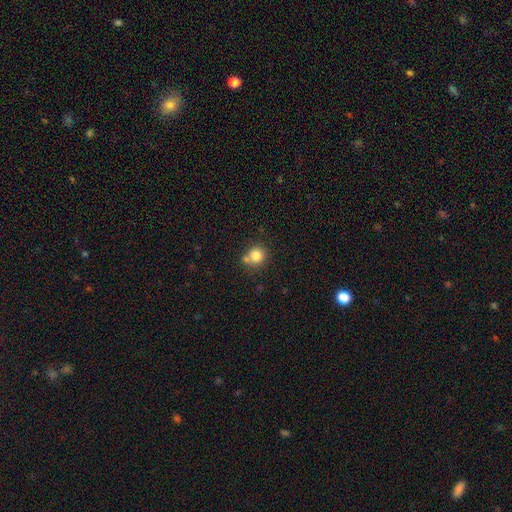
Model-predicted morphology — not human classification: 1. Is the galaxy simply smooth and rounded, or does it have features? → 81% smooth, 11% star or artifact, 8% featured or disk.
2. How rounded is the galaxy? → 88% round, 11% in between, 1% cigar-shaped.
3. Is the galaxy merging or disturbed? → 60% none, 25% merger, 11% minor disturbance, 4% major disturbance.